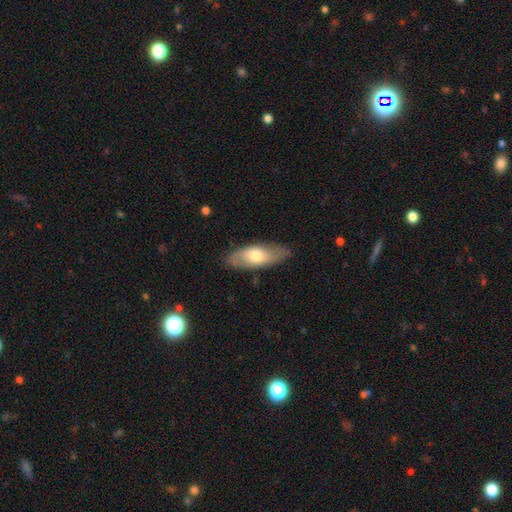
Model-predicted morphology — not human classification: type=smooth (59%); roundness=in between (75%); merging=none (83%).